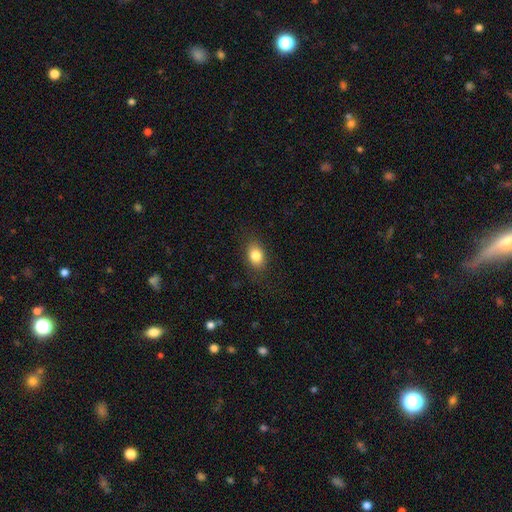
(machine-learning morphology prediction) Smooth or featured? Predicted: smooth (p=0.83). How rounded? Predicted: in between (p=0.75). Merging? Predicted: none (p=0.85).